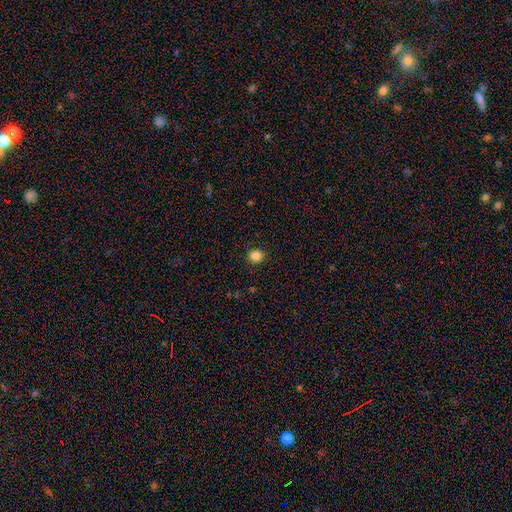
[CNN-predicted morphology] Smooth or featured?
  - smooth: 85% *
  - star or artifact: 11%
  - featured or disk: 4%
How rounded?
  - round: 83% *
  - in between: 17%
  - cigar-shaped: 1%
Merging?
  - none: 89% *
  - minor disturbance: 7%
  - major disturbance: 2%
  - merger: 1%